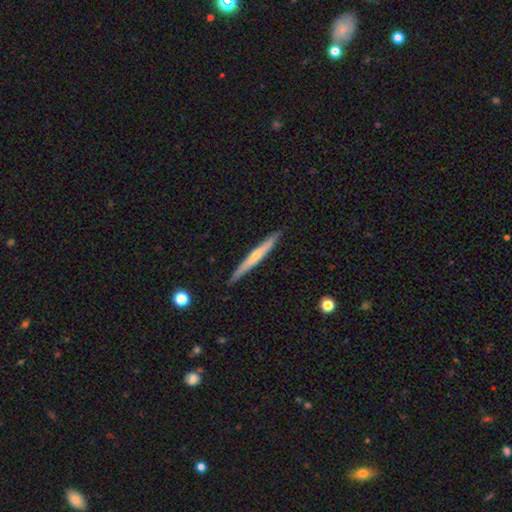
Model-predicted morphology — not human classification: A smooth galaxy with no disk features (49%). Merging: none (90%).